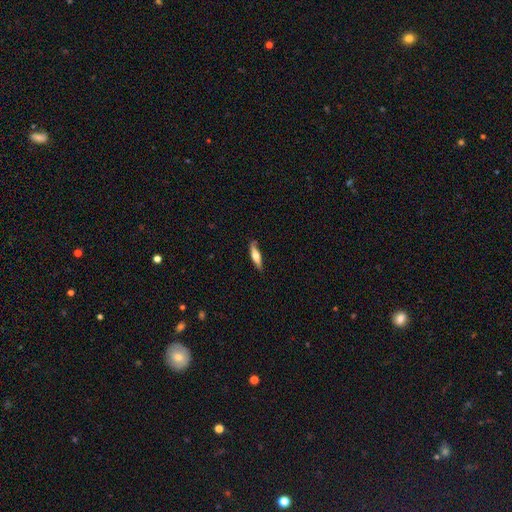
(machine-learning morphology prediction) Smooth or featured? smooth (53%)
How rounded? cigar-shaped (70%)
Merging? none (80%)